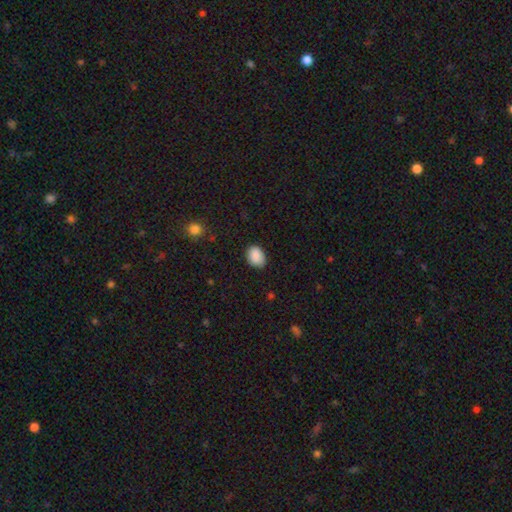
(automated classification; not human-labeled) A smooth galaxy with no disk features (89%) that is in between round and cigar-shaped (73%).

Vote fractions:
- Smooth or featured? smooth: 89% / star or artifact: 7% / featured or disk: 3%
- How rounded? in between: 73% / round: 26% / cigar-shaped: 1%
- Merging? none: 83% / minor disturbance: 13% / major disturbance: 2% / merger: 1%